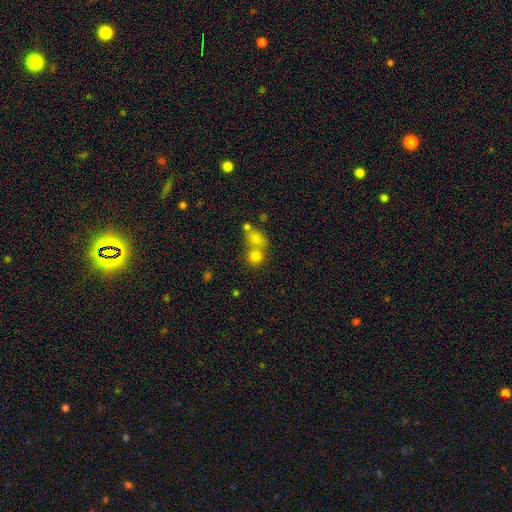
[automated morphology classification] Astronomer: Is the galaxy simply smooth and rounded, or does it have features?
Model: smooth — 76%.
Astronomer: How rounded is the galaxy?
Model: round — 78%.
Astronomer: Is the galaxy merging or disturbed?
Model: merger — 47% (runner-up: none, 42%).